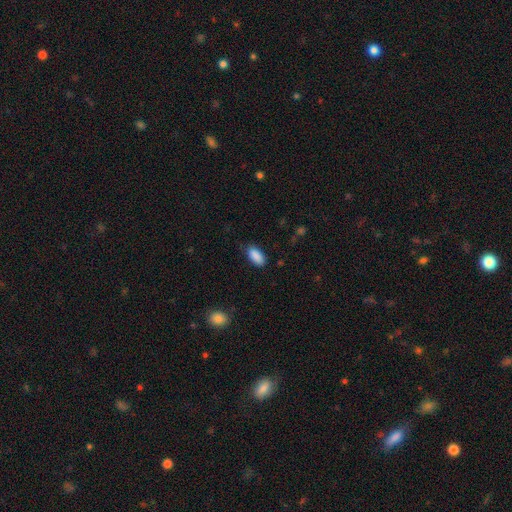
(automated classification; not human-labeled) A smooth galaxy with no disk features (89%) that is in between round and cigar-shaped (91%). Merging: none (80%).